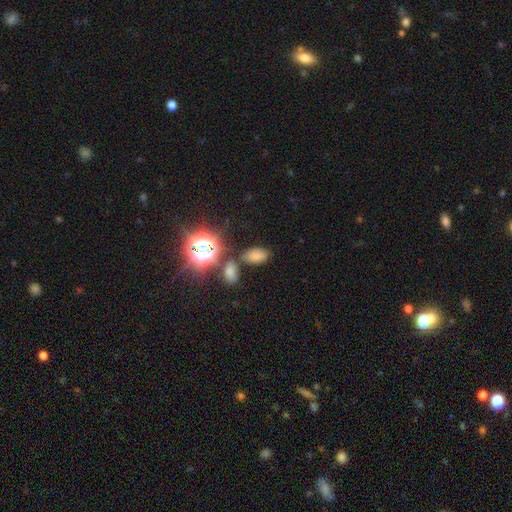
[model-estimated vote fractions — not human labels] Morphology: type=smooth (70%); roundness=in between (88%); merging=none (66%).